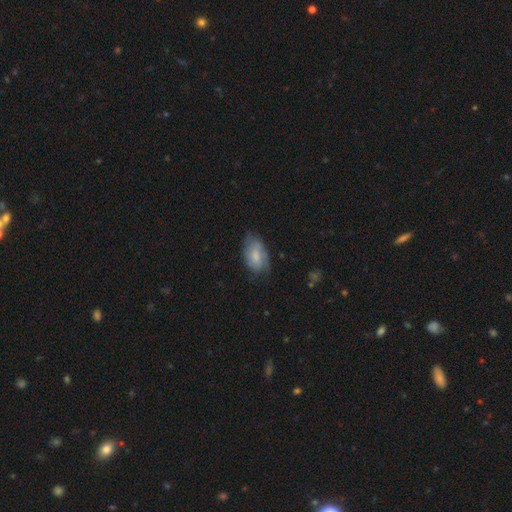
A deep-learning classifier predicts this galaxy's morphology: Overall: smooth (69%). How rounded: in between (92%). Merging: none (59%; minor disturbance 31%).